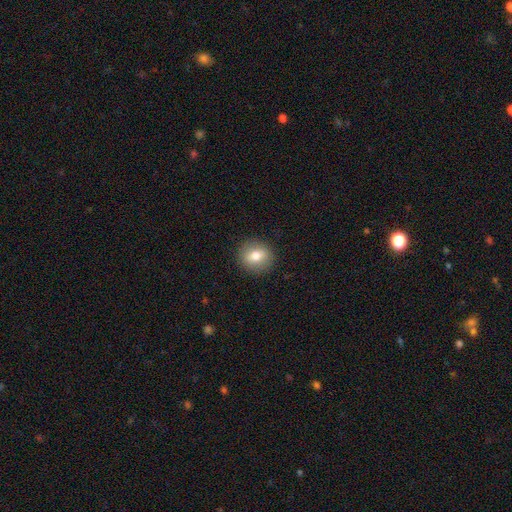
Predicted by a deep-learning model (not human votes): smooth 74%, featured or disk 17%, star or artifact 9%. Down the decision tree: how rounded — round (80%); merging — none (90%).